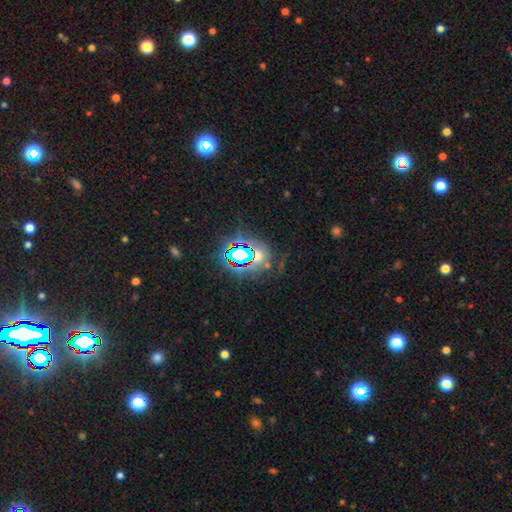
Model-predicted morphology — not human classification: smooth_or_featured: star or artifact (p=0.67) [alt: smooth p=0.20]